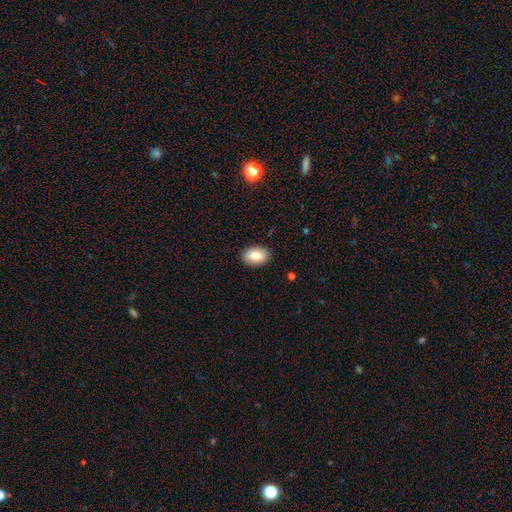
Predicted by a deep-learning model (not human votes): This is likely a smooth galaxy (80%). How rounded: clearly in between (84%). Merging: clearly none (88%).